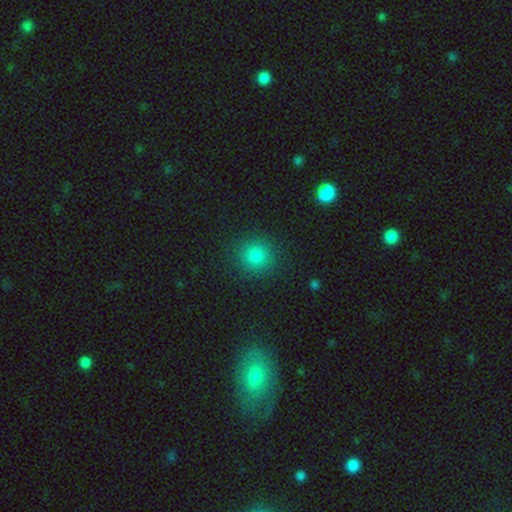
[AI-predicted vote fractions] Overall: smooth (82%). How rounded: round (92%). Merging: none (90%).